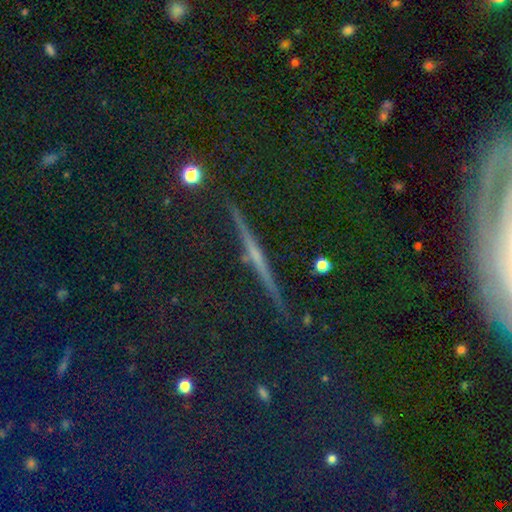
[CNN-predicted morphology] The model was most divided on "smooth or featured": star or artifact: 47%, featured or disk: 34%, smooth: 19%.